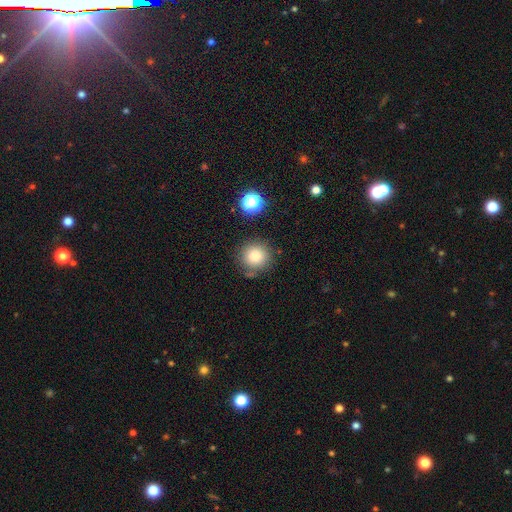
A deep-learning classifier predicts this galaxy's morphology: This is clearly a smooth galaxy (83%). How rounded: clearly round (93%). Merging: likely none (79%).